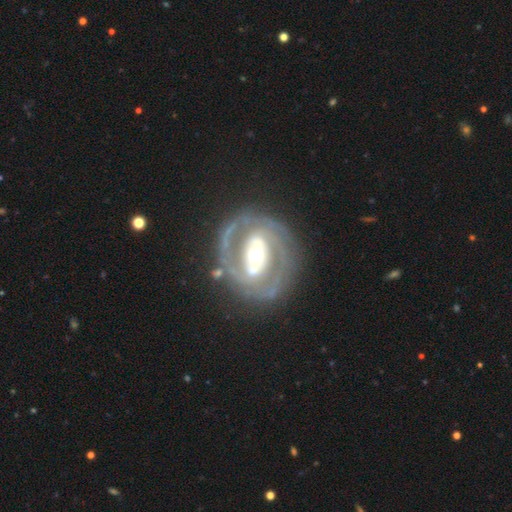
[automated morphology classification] smooth-or-featured: featured or disk: 85% | smooth: 10% | star or artifact: 5%
  disk-edge-on: no: 96% | yes: 4%
    bar: strong: 42% | weak: 32% | no: 26%
    has-spiral-arms: yes: 80% | no: 20%
      spiral-winding: tight: 56% | medium: 32% | loose: 12%
      spiral-arm-count: 2: 64% | can't tell: 15% | 3: 8% | 1: 7% | 4: 3% | more than 4: 2%
    bulge-size: moderate: 64% | large: 19% | small: 14% | dominant: 2% | none: 1%
  merging: none: 73% | minor disturbance: 16% | major disturbance: 9% | merger: 2%